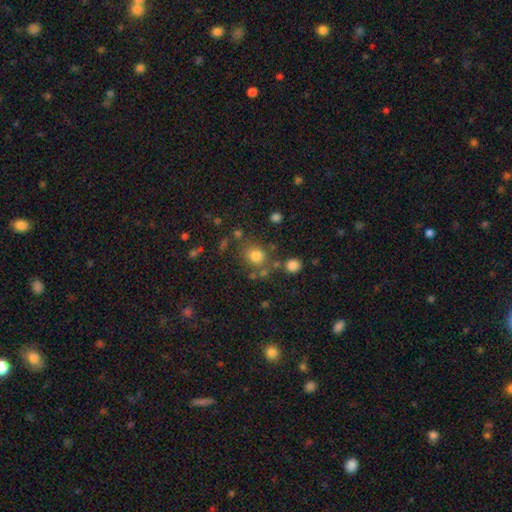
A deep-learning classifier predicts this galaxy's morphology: type=smooth (77%); roundness=round (72%); merging=none (69%).